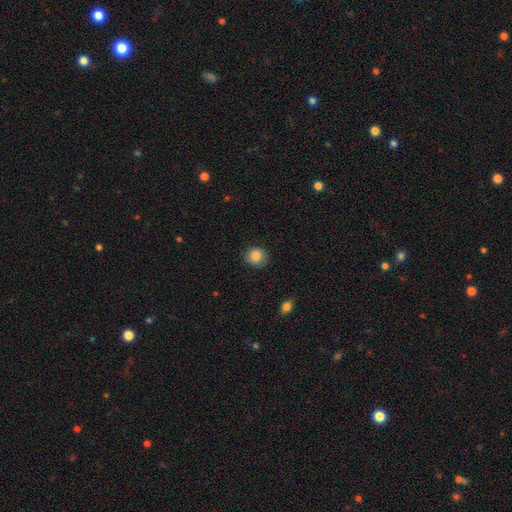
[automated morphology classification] Smooth or featured? Predicted: smooth (p=0.87). How rounded? Predicted: round (p=0.81). Merging? Predicted: none (p=0.82).